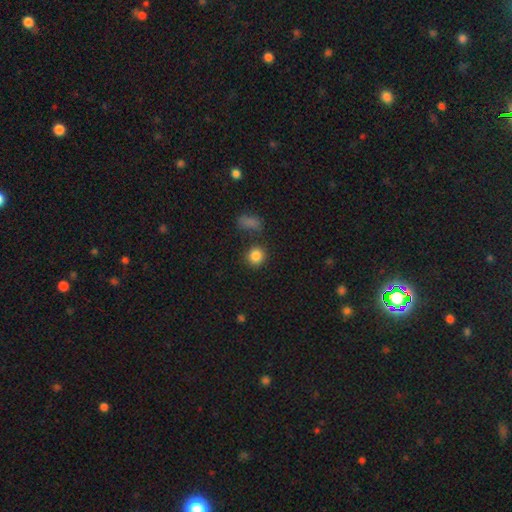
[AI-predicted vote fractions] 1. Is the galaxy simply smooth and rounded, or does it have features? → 85% smooth, 11% star or artifact, 5% featured or disk.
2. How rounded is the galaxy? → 88% round, 11% in between, 1% cigar-shaped.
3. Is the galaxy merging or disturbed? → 82% none, 9% minor disturbance, 6% merger, 3% major disturbance.